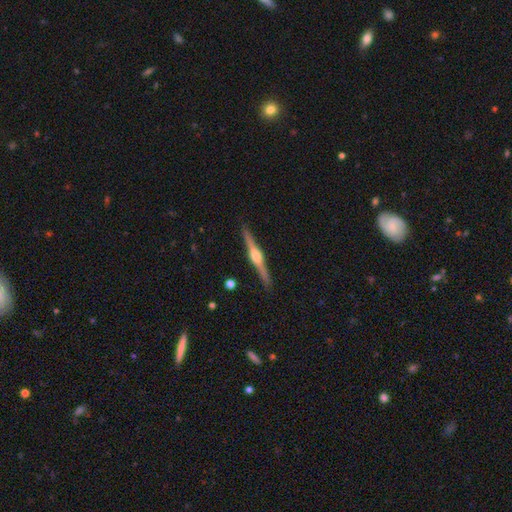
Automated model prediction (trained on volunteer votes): This is clearly a featured or disk galaxy (83%). It is clearly viewed edge-on (98%). Edge-on bulge: clearly rounded (90%). Merging: clearly none (91%).